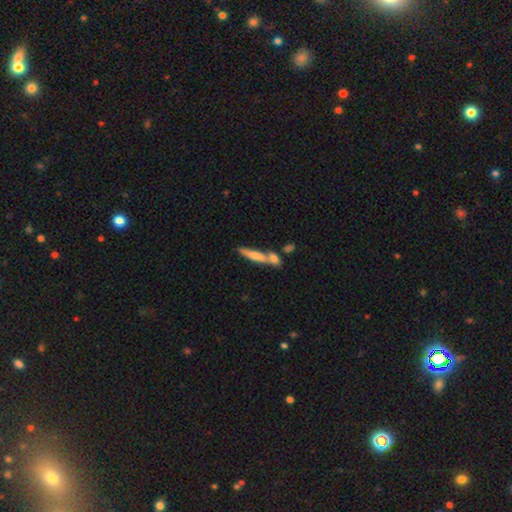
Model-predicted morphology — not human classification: A smooth galaxy with no disk features (55%) that is cigar-shaped (86%). Merging: none (52%).